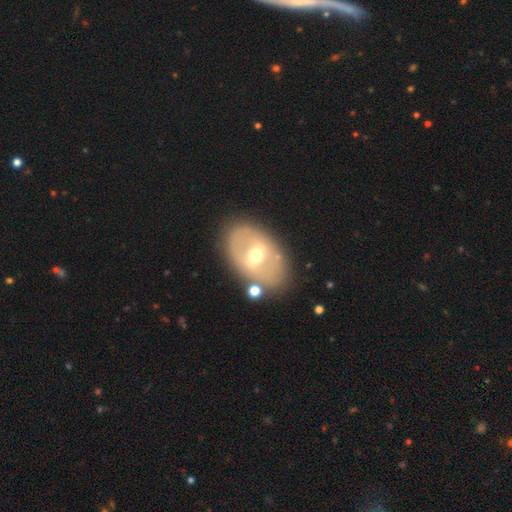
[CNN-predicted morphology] type=featured or disk (61%); edge-on=no (91%); bar=weak (41%); spiral arms=no (80%); bulge=moderate (73%); merging=none (78%).